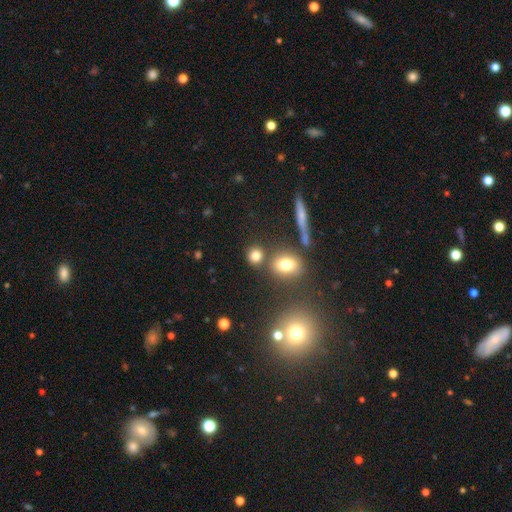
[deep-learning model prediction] This is likely a smooth galaxy (77%). How rounded: clearly round (81%). Merging: likely none (72%).